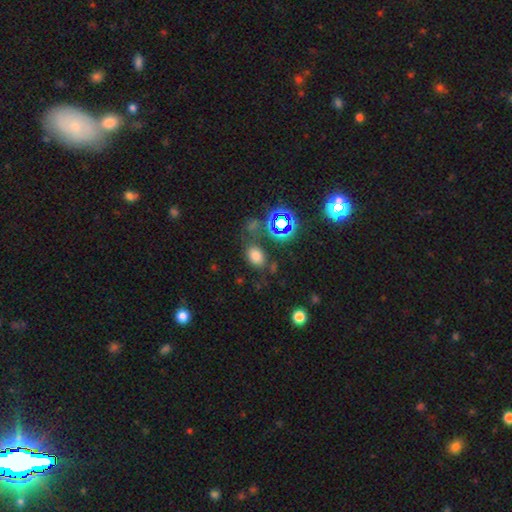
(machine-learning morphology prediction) A smooth galaxy with no disk features (69%) that is in between round and cigar-shaped (76%).

Vote fractions:
- Smooth or featured? smooth: 69% / star or artifact: 23% / featured or disk: 8%
- How rounded? in between: 76% / round: 23% / cigar-shaped: 1%
- Merging? none: 68% / minor disturbance: 15% / merger: 10% / major disturbance: 7%